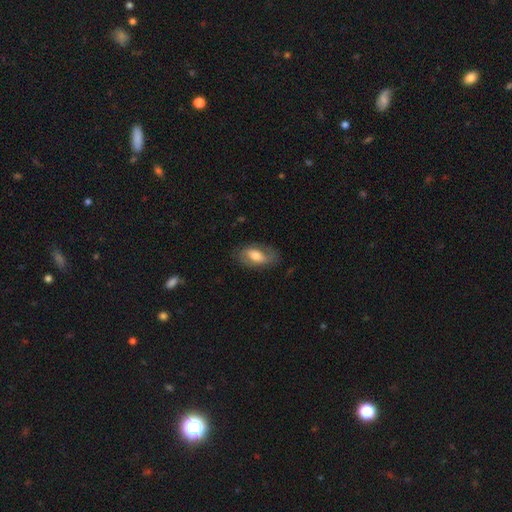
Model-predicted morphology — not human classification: featured or disk 51%, smooth 43%, star or artifact 6%. Down the decision tree: edge-on disk — no (91%); merging — none (70%).